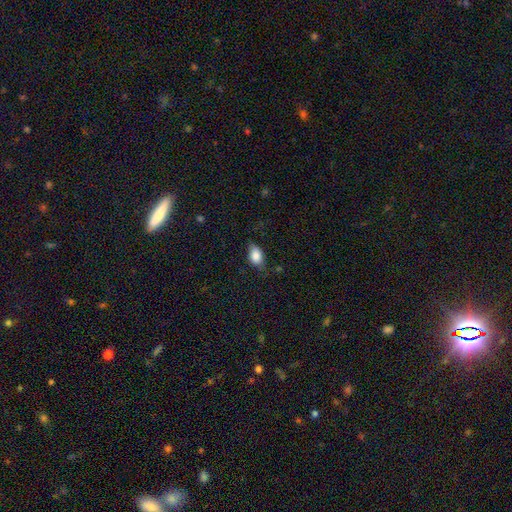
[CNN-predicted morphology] A smooth galaxy with no disk features (83%) that is in between round and cigar-shaped (87%).

Vote fractions:
- Smooth or featured? smooth: 83% / featured or disk: 9% / star or artifact: 8%
- How rounded? in between: 87% / round: 11% / cigar-shaped: 2%
- Merging? none: 68% / minor disturbance: 24% / major disturbance: 6% / merger: 1%